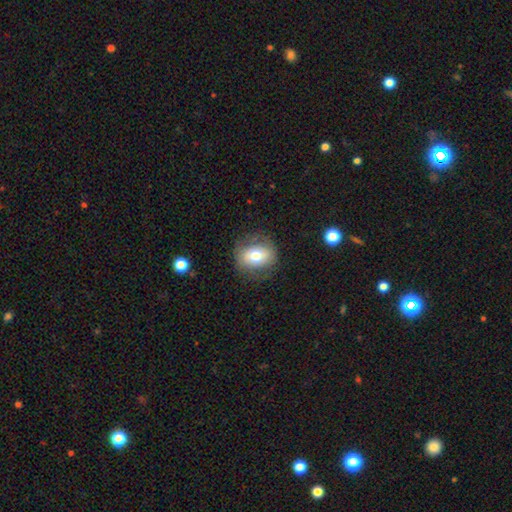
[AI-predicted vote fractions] Overall: smooth (65%; featured or disk 27%). How rounded: round (58%; in between 41%). Merging: none (78%).